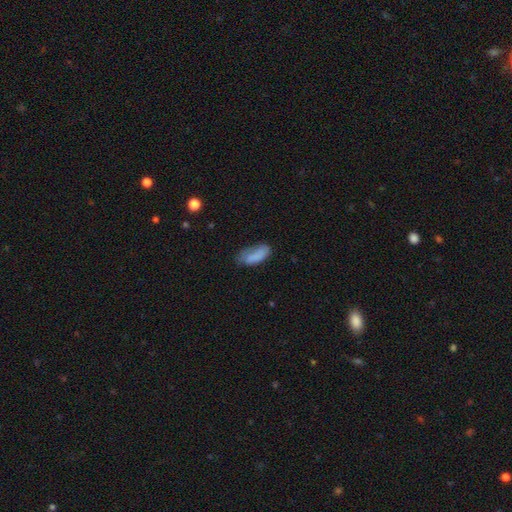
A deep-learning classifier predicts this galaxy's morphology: Smooth or featured?
  - smooth: 81% *
  - featured or disk: 11%
  - star or artifact: 8%
How rounded?
  - in between: 84% *
  - cigar-shaped: 13%
  - round: 2%
Merging?
  - none: 49% *
  - minor disturbance: 32%
  - major disturbance: 15%
  - merger: 3%